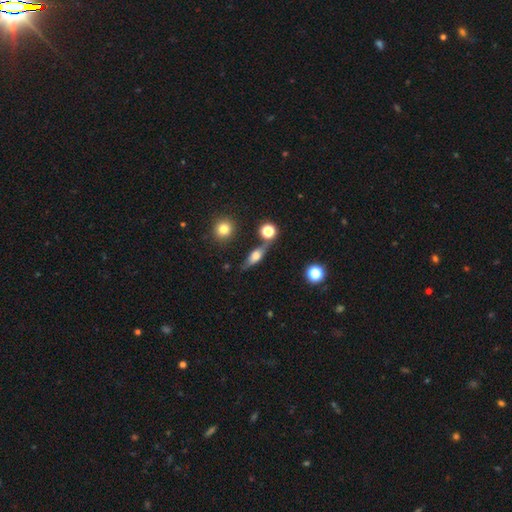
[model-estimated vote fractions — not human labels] smooth-or-featured: smooth: 49% | featured or disk: 41% | star or artifact: 10%
  merging: none: 64% | minor disturbance: 16% | merger: 14% | major disturbance: 6%